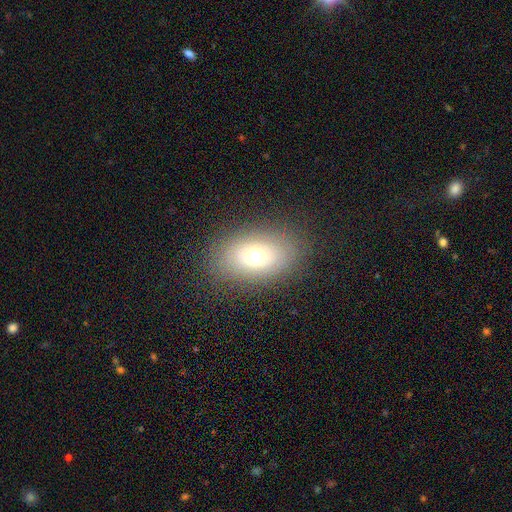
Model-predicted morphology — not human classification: This is likely a smooth galaxy (63%). How rounded: clearly in between (80%). Merging: clearly none (82%).